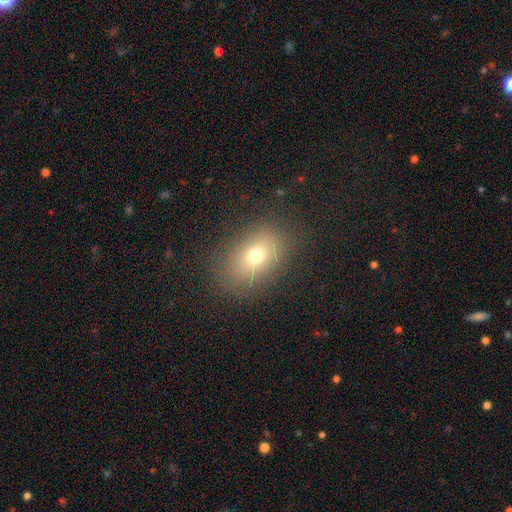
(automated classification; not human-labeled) smooth_or_featured: smooth (p=0.71) [alt: featured or disk p=0.15]
how_rounded: in between (p=0.78) [alt: round p=0.20]
merging: none (p=0.82) [alt: minor disturbance p=0.12]